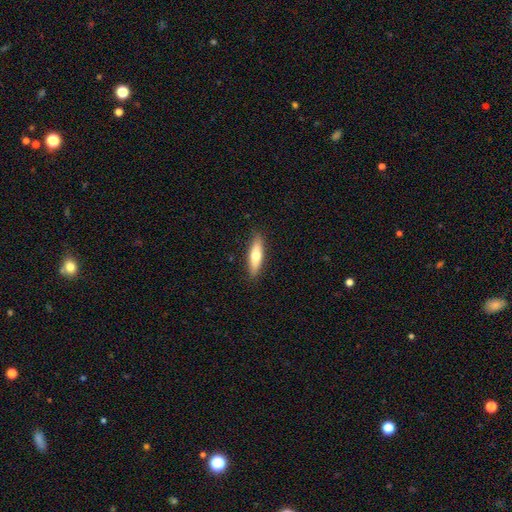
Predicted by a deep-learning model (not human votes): This is likely a smooth galaxy (65%). How rounded: likely cigar-shaped (62%). Merging: clearly none (89%).